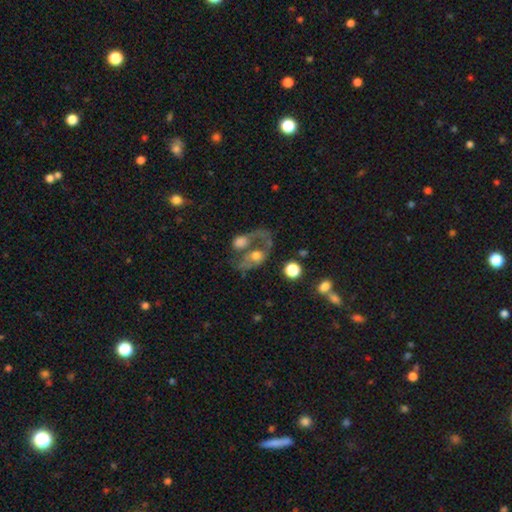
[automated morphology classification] smooth_or_featured: featured or disk (p=0.46) [alt: smooth p=0.43]
merging: merger (p=0.43) [alt: major disturbance p=0.28]